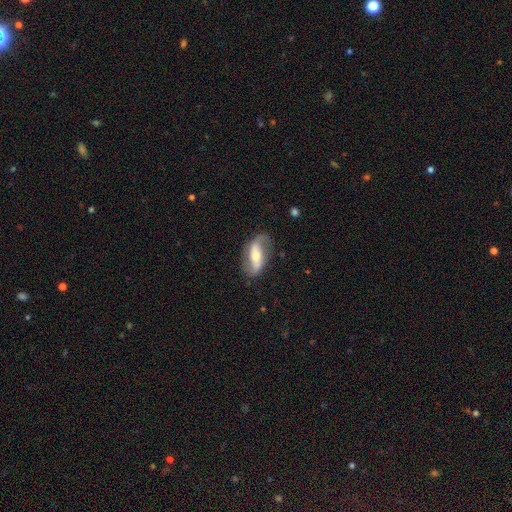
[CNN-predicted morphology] Smooth or featured? featured or disk (77%)
Edge-on disk? no (91%)
Bar? strong (48%)
Spiral arms? yes (88%)
Spiral winding? loose (61%)
Spiral arm count? 2 (89%)
Bulge size? moderate (58%)
Merging? none (75%)